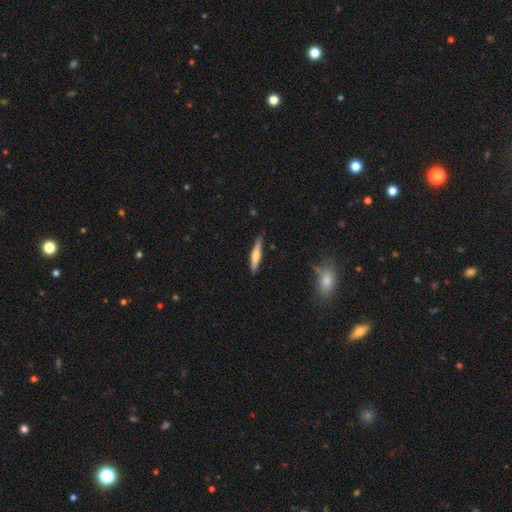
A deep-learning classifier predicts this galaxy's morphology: Smooth or featured? Predicted: smooth (p=0.54). How rounded? Predicted: cigar-shaped (p=0.88). Merging? Predicted: none (p=0.87).